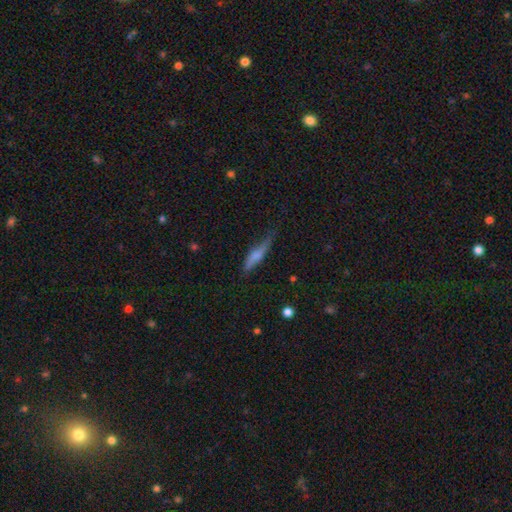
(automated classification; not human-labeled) Smooth or featured: smooth — 65% (featured or disk — 29%)
How rounded: cigar-shaped — 77% (in between — 21%)
Merging: none — 51% (minor disturbance — 35%)